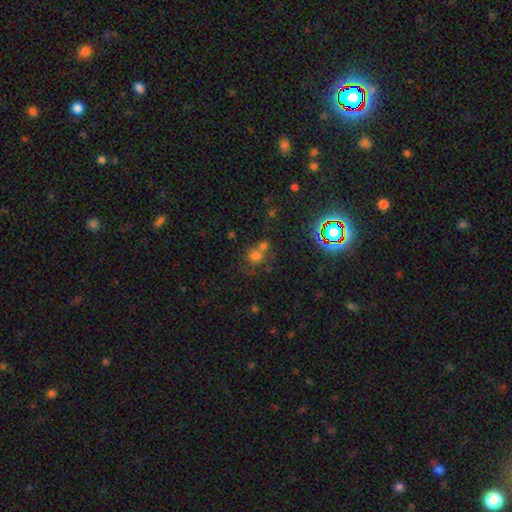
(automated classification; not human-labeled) smooth 65%, star or artifact 24%, featured or disk 11%. Down the decision tree: how rounded — round (82%); merging — none (45%).